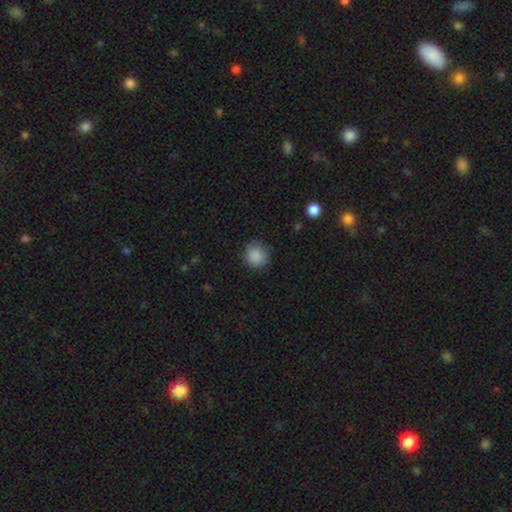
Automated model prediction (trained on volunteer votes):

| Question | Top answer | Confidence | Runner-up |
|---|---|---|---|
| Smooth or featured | smooth | 88% | star or artifact (9%) |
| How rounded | round | 89% | in between (10%) |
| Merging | none | 83% | minor disturbance (13%) |